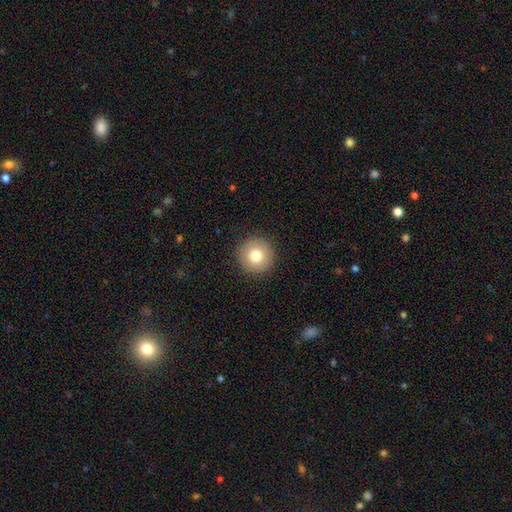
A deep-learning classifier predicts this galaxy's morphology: type=smooth (78%); roundness=round (96%); merging=none (92%).